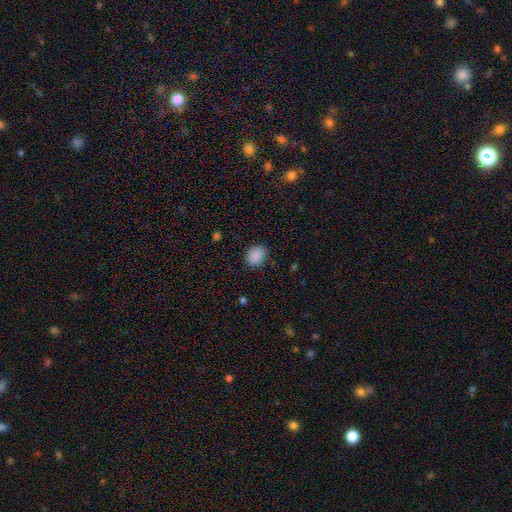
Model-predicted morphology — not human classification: Smooth or featured? Predicted: smooth (p=0.88). How rounded? Predicted: round (p=0.56). Merging? Predicted: none (p=0.85).